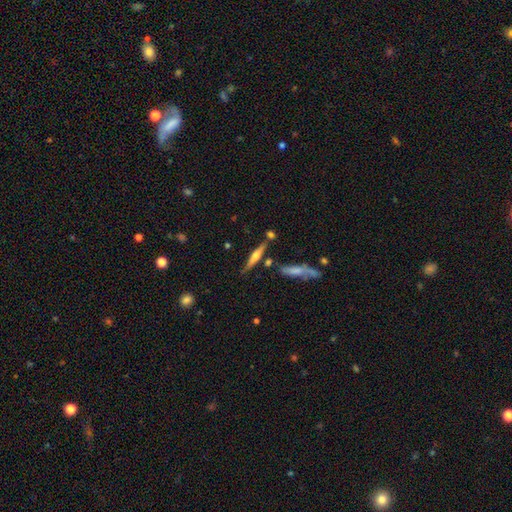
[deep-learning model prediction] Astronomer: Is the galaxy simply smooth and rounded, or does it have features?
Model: featured or disk — 57% (runner-up: smooth, 36%).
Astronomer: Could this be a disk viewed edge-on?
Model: yes — 95%.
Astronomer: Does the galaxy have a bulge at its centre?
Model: rounded — 81%.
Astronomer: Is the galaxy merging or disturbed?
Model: none — 74%.